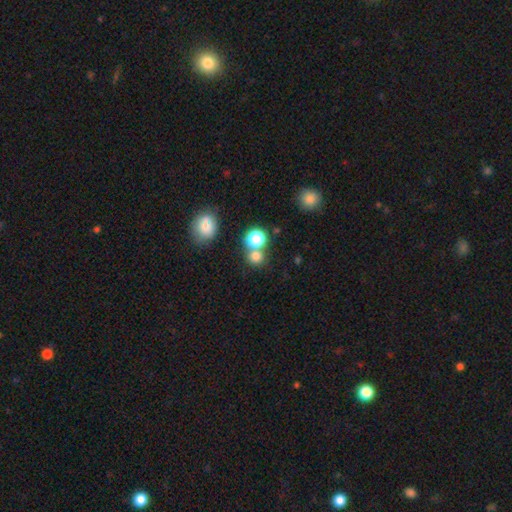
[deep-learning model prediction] Overall: smooth (74%). How rounded: round (86%). Merging: none (62%; merger 28%).